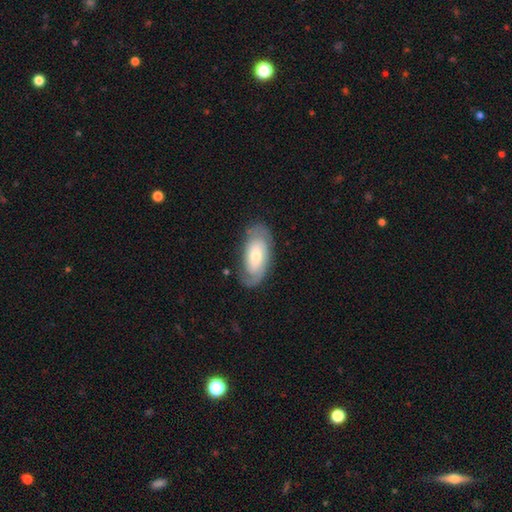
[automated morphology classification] smooth_or_featured: featured or disk (p=0.66) [alt: smooth p=0.27]
disk_edge_on: no (p=0.91) [alt: yes p=0.09]
bar: no (p=0.69) [alt: weak p=0.24]
has_spiral_arms: yes (p=0.84) [alt: no p=0.16]
spiral_winding: tight (p=0.61) [alt: medium p=0.28]
spiral_arm_count: 2 (p=0.53) [alt: can't tell p=0.30]
bulge_size: moderate (p=0.52) [alt: small p=0.38]
merging: none (p=0.77) [alt: minor disturbance p=0.16]